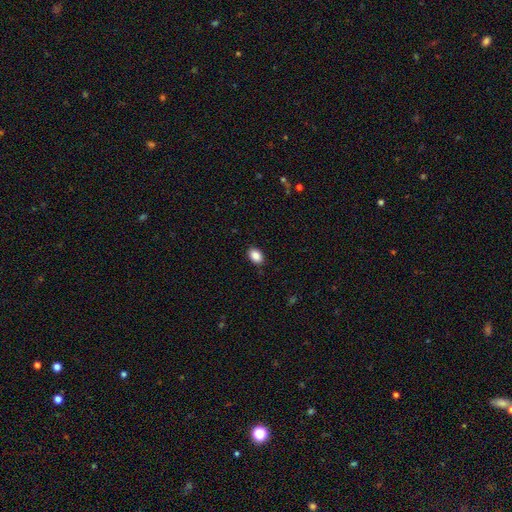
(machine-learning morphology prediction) Smooth or featured? Predicted: smooth (p=0.89). How rounded? Predicted: in between (p=0.82). Merging? Predicted: none (p=0.88).